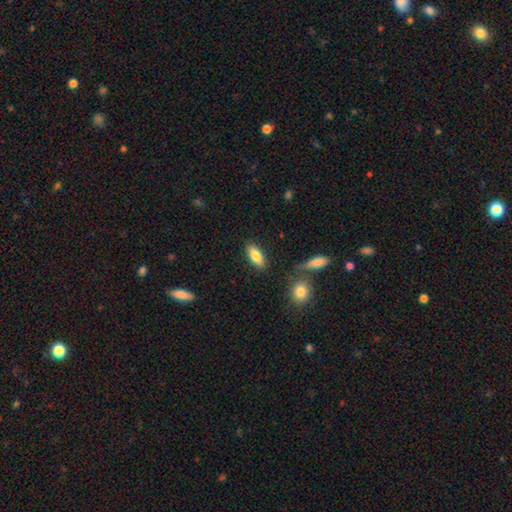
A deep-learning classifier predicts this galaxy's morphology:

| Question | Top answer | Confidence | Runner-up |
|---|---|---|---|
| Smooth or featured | smooth | 79% | featured or disk (15%) |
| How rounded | in between | 75% | cigar-shaped (23%) |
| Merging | none | 84% | minor disturbance (10%) |